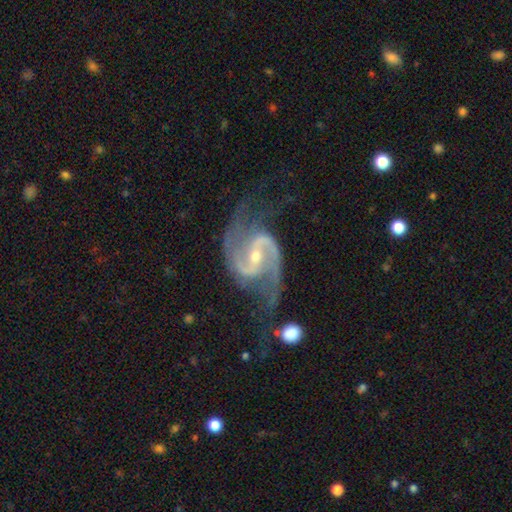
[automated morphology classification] Overall: featured or disk (93%). Edge-on disk: no (98%). Bar: weak (43%; strong 38%). Spiral arms: yes (99%). Spiral arm count: 2 (93%). Spiral winding: medium (55%; loose 31%). Bulge size: small (52%; moderate 45%). Merging: none (61%).